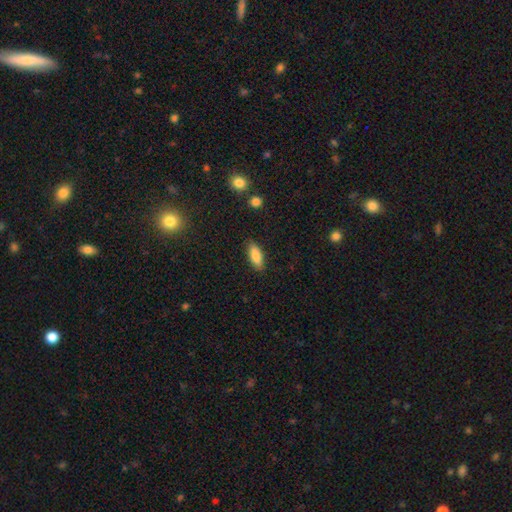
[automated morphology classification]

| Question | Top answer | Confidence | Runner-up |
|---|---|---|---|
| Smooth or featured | smooth | 85% | featured or disk (8%) |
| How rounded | in between | 75% | cigar-shaped (23%) |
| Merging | none | 86% | minor disturbance (11%) |